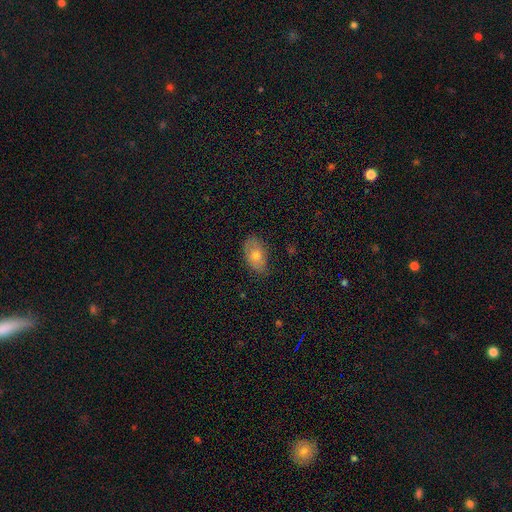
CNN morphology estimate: A smooth galaxy with no disk features (66%) that is in between round and cigar-shaped (90%). Merging: none (77%).